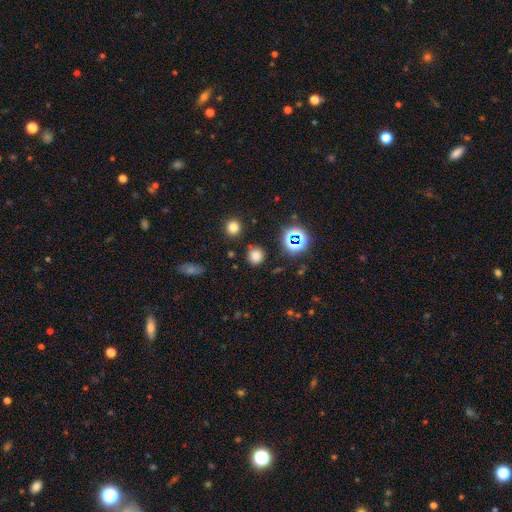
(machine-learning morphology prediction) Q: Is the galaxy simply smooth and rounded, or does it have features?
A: smooth — 70%.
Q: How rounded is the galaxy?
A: round — 87%.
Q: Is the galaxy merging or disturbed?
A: none — 83%.